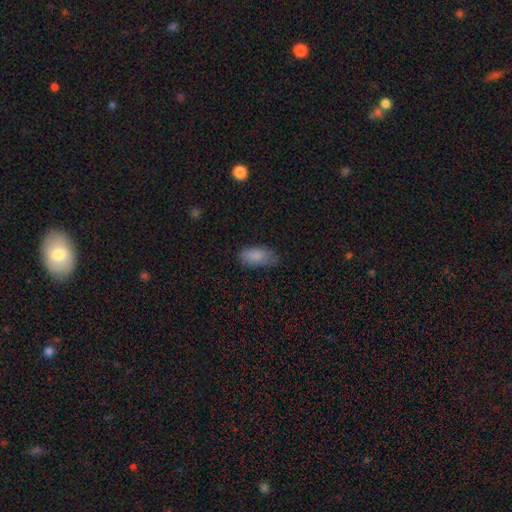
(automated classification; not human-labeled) Morphology: type=smooth (86%); roundness=in between (91%); merging=none (67%).